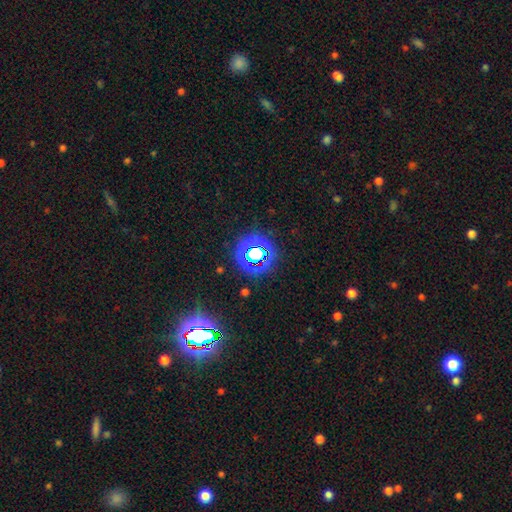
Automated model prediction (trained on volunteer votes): Smooth or featured? Predicted: star or artifact (p=0.70).